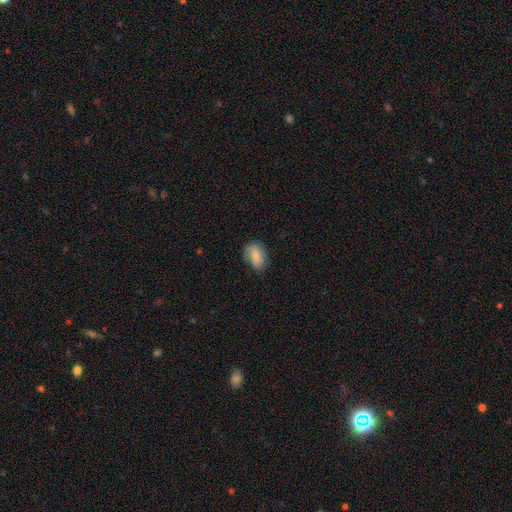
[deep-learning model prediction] Morphology: type=smooth (70%); roundness=in between (85%); merging=none (68%).